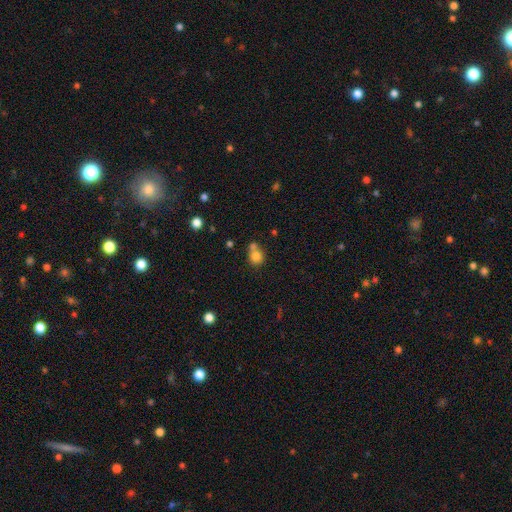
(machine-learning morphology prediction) This appears to be a smooth galaxy with no disk features (79%) that is round (77%). Merging: none (45%).